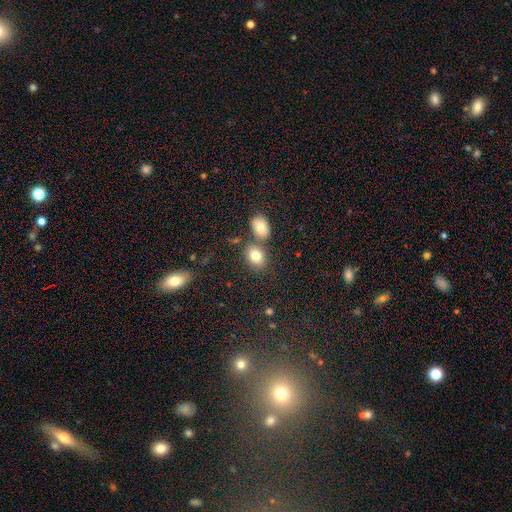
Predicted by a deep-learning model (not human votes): Q: Smooth or featured?
A: smooth (80%); runner-up: star or artifact (10%)
Q: How rounded?
A: in between (61%); runner-up: round (38%)
Q: Merging?
A: none (60%); runner-up: merger (27%)